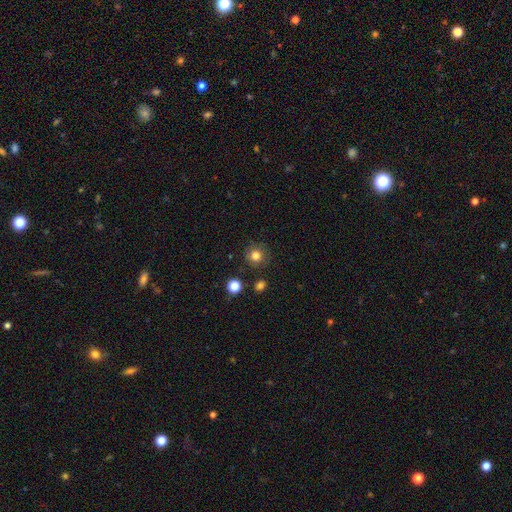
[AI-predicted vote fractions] The model was most divided on "smooth or featured": smooth: 82%, star or artifact: 12%, featured or disk: 6%. More confident: how rounded — round (92%); merging — none (86%).